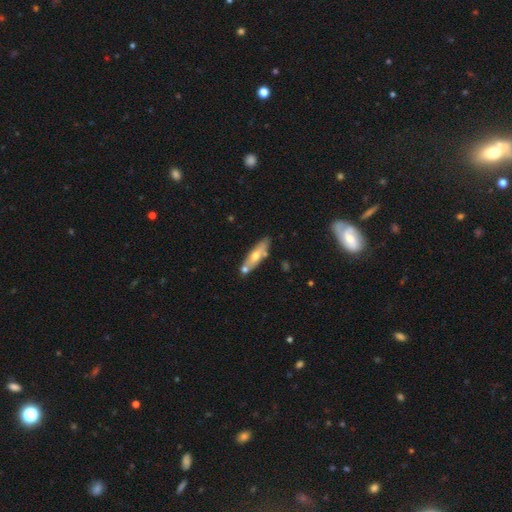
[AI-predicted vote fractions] Overall: smooth (49%; featured or disk 44%). Merging: none (68%).